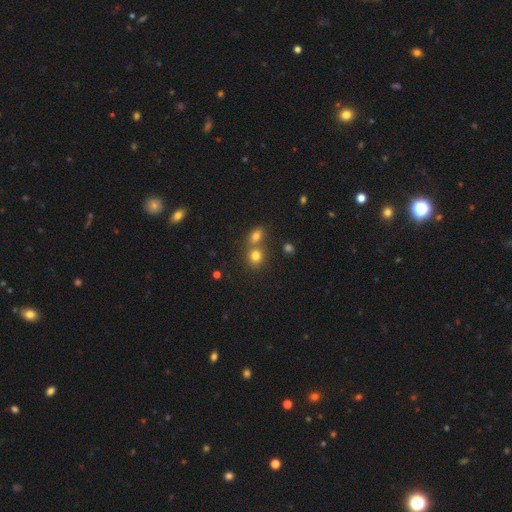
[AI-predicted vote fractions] Q: Smooth or featured?
A: smooth (78%); runner-up: star or artifact (14%)
Q: How rounded?
A: round (79%); runner-up: in between (20%)
Q: Merging?
A: none (49%); runner-up: merger (42%)